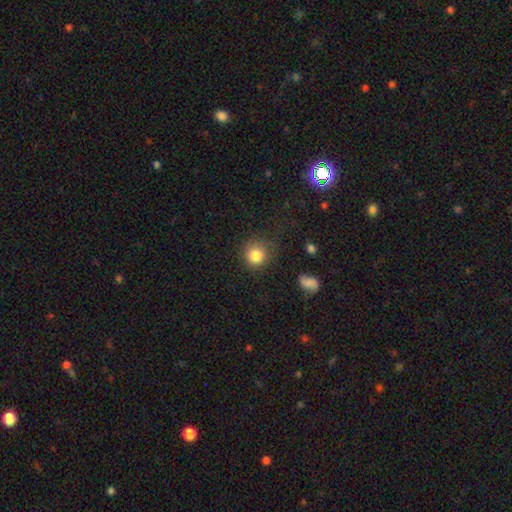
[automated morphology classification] The model was most divided on "merging": none: 79%, minor disturbance: 14%, major disturbance: 5%, merger: 2%. More confident: how rounded — round (91%); smooth or featured — smooth (84%).